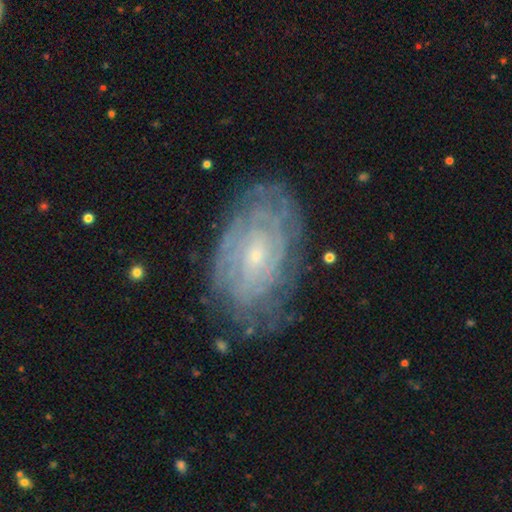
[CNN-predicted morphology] This is likely a featured or disk galaxy (80%). It is clearly not viewed edge-on (95%). Bar: likely no (65%). Spiral arm pattern: clearly yes (88%). Spiral arm count: possibly can't tell (56%). Spiral winding: clearly tight (81%). Central bulge: clearly small (81%). Merging: likely none (75%).